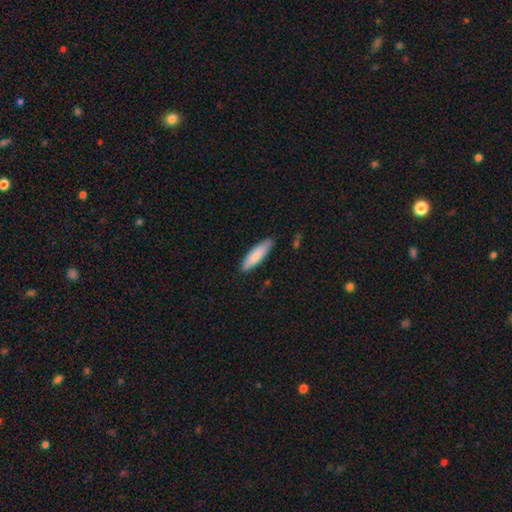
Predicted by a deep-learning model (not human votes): Q: Smooth or featured?
A: smooth (84%); runner-up: featured or disk (10%)
Q: How rounded?
A: cigar-shaped (62%); runner-up: in between (37%)
Q: Merging?
A: none (84%); runner-up: minor disturbance (12%)